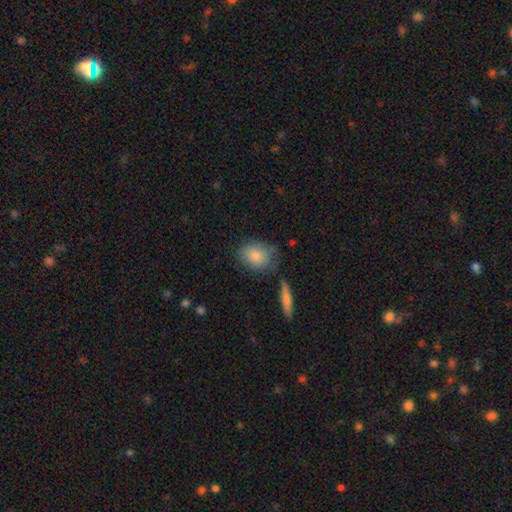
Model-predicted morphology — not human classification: Smooth or featured: smooth — 83% (featured or disk — 10%)
How rounded: in between — 69% (round — 28%)
Merging: none — 64% (minor disturbance — 22%)